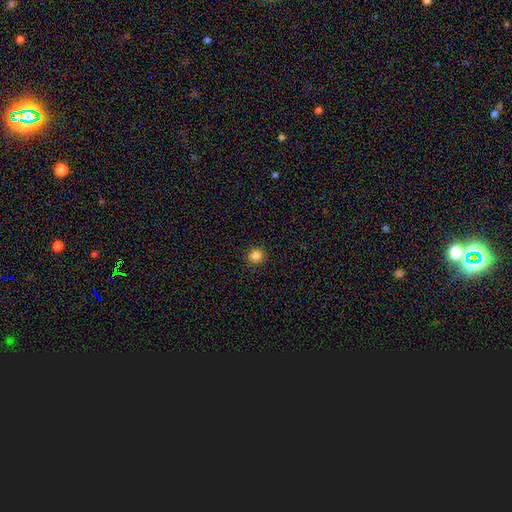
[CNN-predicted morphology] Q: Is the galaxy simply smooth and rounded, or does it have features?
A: smooth — 84%.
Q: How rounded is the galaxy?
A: round — 93%.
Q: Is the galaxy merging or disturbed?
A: none — 92%.